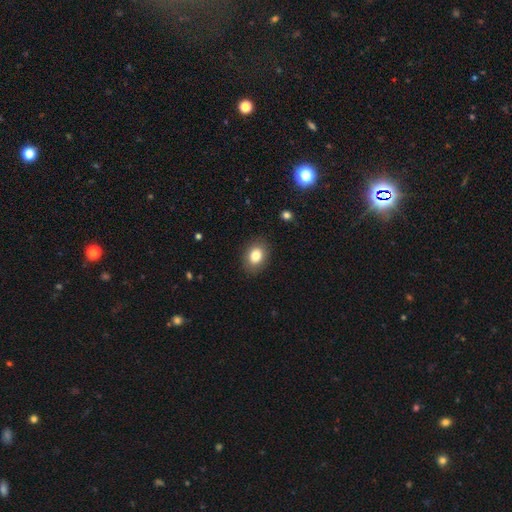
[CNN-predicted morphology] Q: Smooth or featured?
A: smooth (82%); runner-up: featured or disk (9%)
Q: How rounded?
A: in between (65%); runner-up: round (35%)
Q: Merging?
A: none (87%); runner-up: minor disturbance (9%)